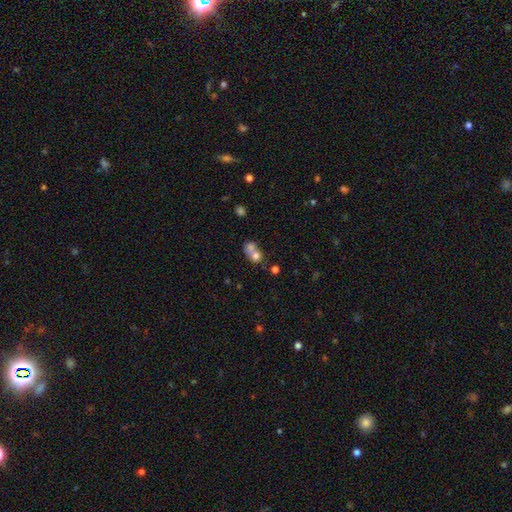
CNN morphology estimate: This appears to be a smooth galaxy with no disk features (70%) that is round (62%). Merging: merger (66%).